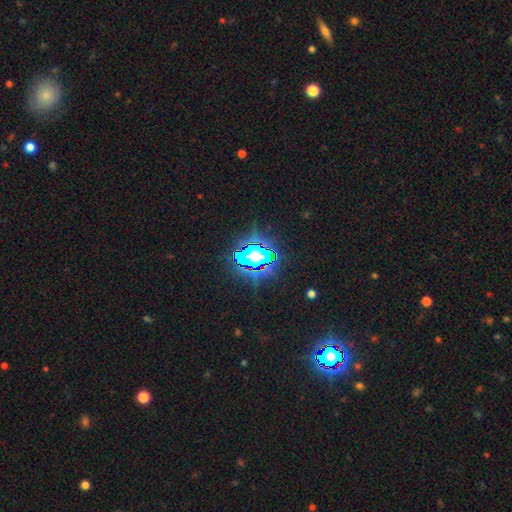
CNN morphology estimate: Smooth or featured? Predicted: star or artifact (p=0.86).